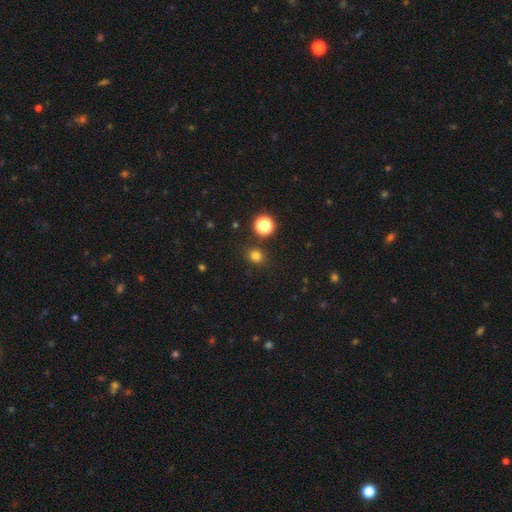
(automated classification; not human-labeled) Overall: smooth (77%). How rounded: round (79%). Merging: none (87%).